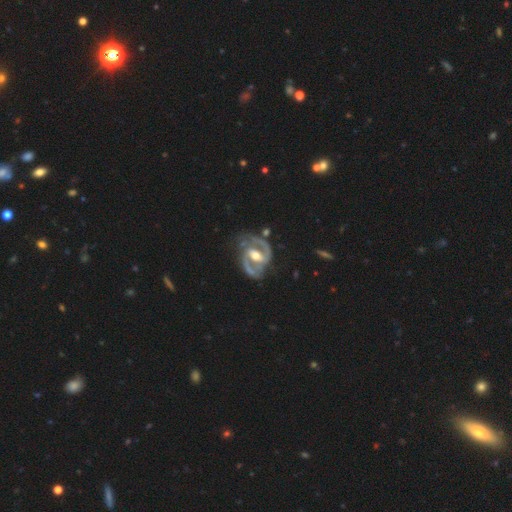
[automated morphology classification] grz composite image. It shows a featured or disk galaxy (92%) with a strong bar (44%), 2 (92%) medium (59%) spiral arms (98%) and a moderate central bulge (72%). Merging: none (69%).